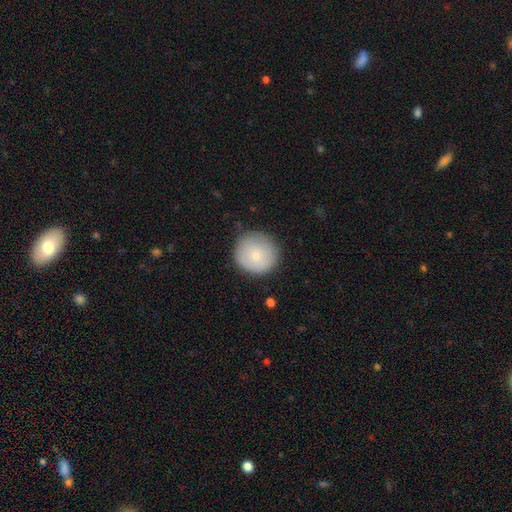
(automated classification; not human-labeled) Overall: smooth (79%). How rounded: round (93%). Merging: none (82%).